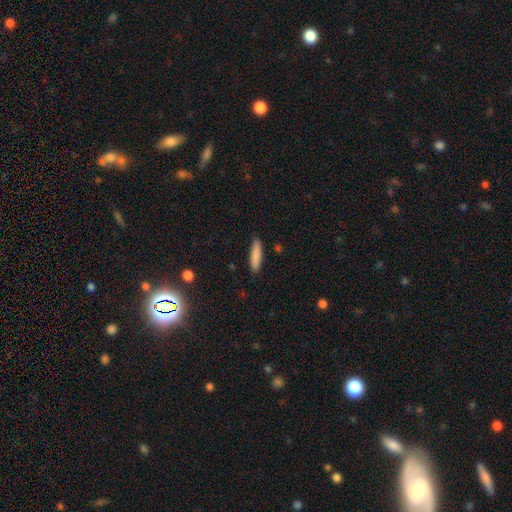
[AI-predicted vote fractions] Smooth or featured? smooth (85%)
How rounded? cigar-shaped (77%)
Merging? none (87%)